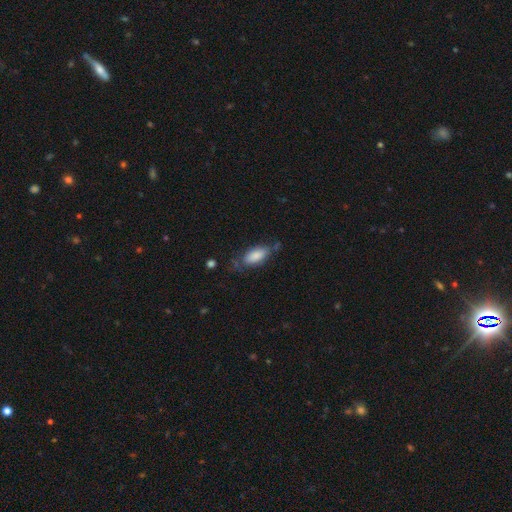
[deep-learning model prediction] Q: Smooth or featured?
A: smooth (82%); runner-up: featured or disk (12%)
Q: How rounded?
A: in between (88%); runner-up: cigar-shaped (10%)
Q: Merging?
A: none (57%); runner-up: minor disturbance (28%)